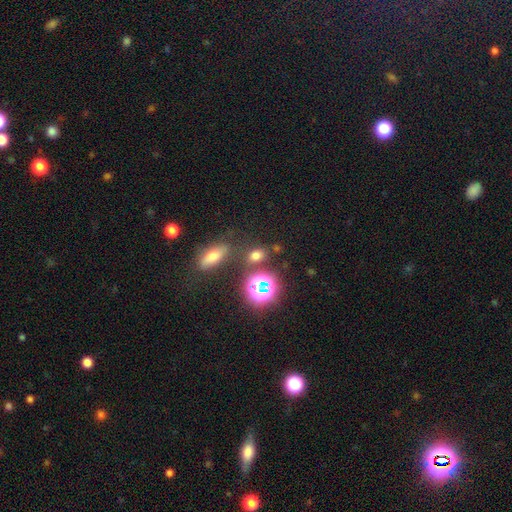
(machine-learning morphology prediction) smooth_or_featured: smooth (p=0.64) [alt: star or artifact p=0.29]
how_rounded: in between (p=0.58) [alt: round p=0.38]
merging: none (p=0.76) [alt: minor disturbance p=0.11]